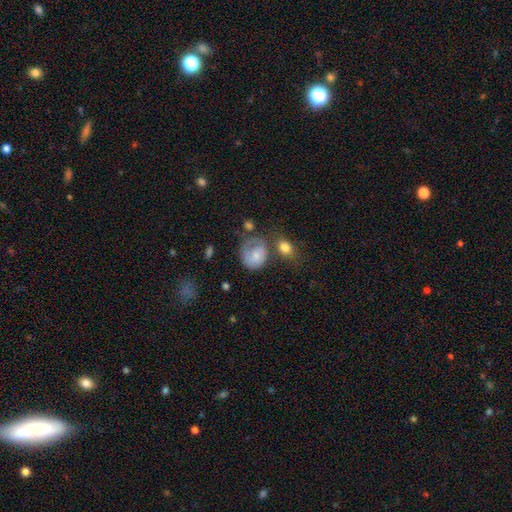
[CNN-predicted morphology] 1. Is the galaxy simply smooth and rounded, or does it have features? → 57% smooth, 36% featured or disk, 8% star or artifact.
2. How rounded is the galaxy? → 58% round, 41% in between, 1% cigar-shaped.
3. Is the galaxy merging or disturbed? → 33% none, 29% major disturbance, 24% minor disturbance, 13% merger.